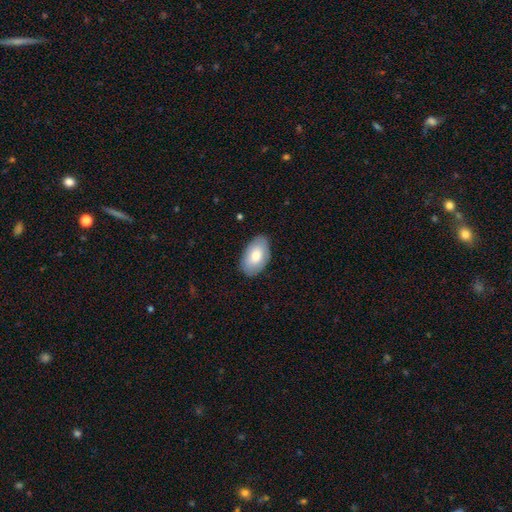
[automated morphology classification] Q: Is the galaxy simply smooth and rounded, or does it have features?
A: smooth — 77%.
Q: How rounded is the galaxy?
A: in between — 95%.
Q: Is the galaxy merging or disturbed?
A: none — 85%.